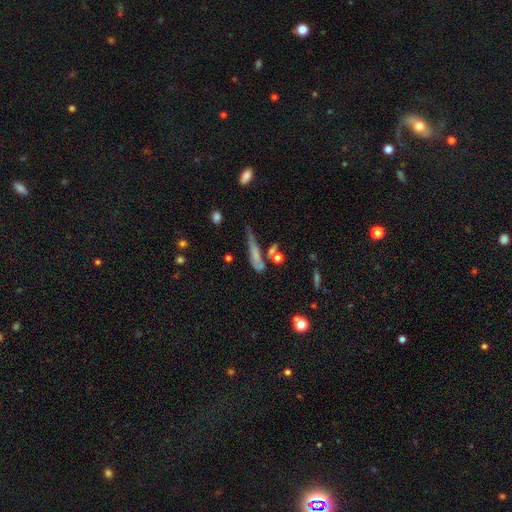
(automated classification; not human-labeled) Overall: smooth (55%; featured or disk 33%). How rounded: cigar-shaped (78%). Merging: none (36%; minor disturbance 28%).